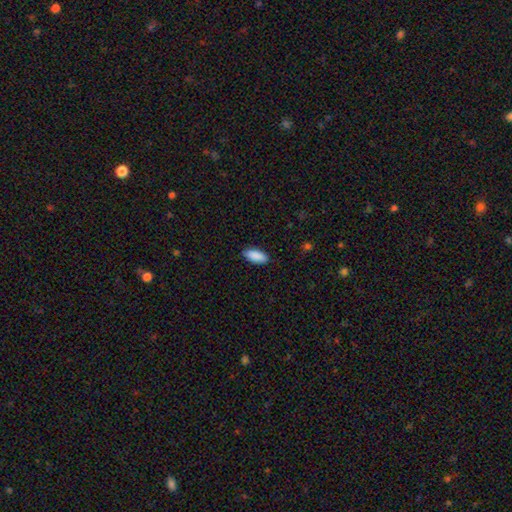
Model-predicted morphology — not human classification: type=smooth (90%); roundness=in between (86%); merging=none (87%).